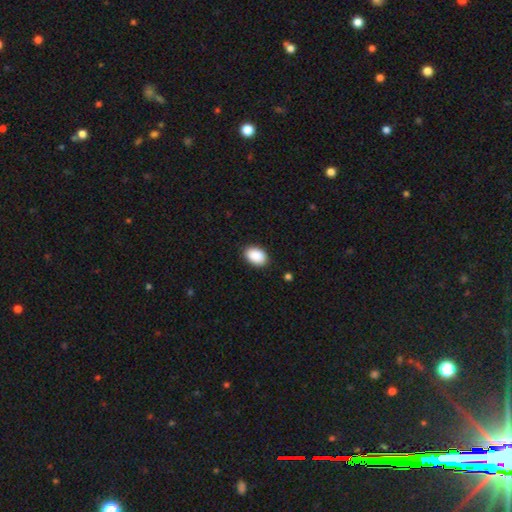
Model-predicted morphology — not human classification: smooth_or_featured: smooth (p=0.91) [alt: star or artifact p=0.07]
how_rounded: in between (p=0.88) [alt: round p=0.11]
merging: none (p=0.88) [alt: minor disturbance p=0.09]